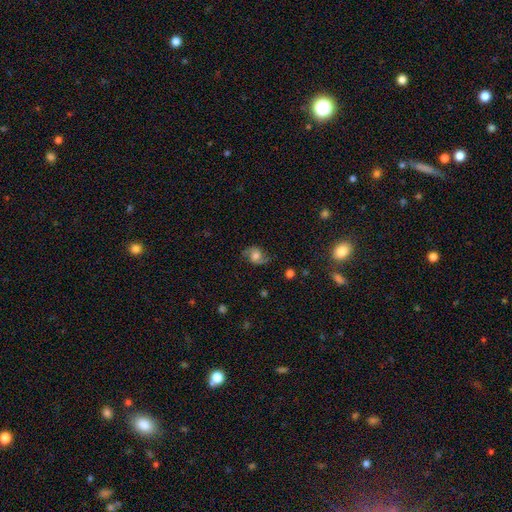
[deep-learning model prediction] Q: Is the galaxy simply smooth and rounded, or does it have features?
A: featured or disk — 67%.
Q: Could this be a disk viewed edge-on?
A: no — 97%.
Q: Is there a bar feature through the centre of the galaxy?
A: no — 54%.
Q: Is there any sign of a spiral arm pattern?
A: yes — 93%.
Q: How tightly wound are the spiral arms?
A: loose — 45%.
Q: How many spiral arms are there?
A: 2 — 91%.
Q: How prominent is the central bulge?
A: moderate — 50%.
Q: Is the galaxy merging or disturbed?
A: none — 75%.